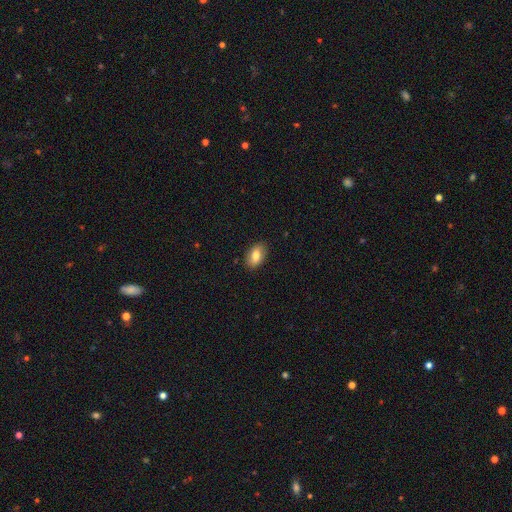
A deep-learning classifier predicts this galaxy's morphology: Smooth or featured? smooth (78%)
How rounded? in between (89%)
Merging? none (87%)